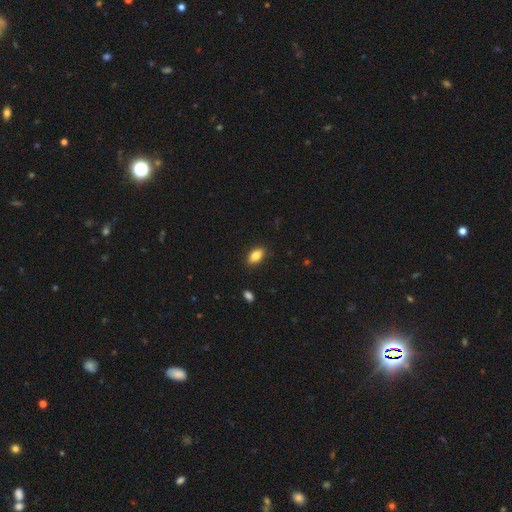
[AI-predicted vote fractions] This appears to be a smooth galaxy with no disk features (85%) that is in between round and cigar-shaped (90%). Merging: none (88%).